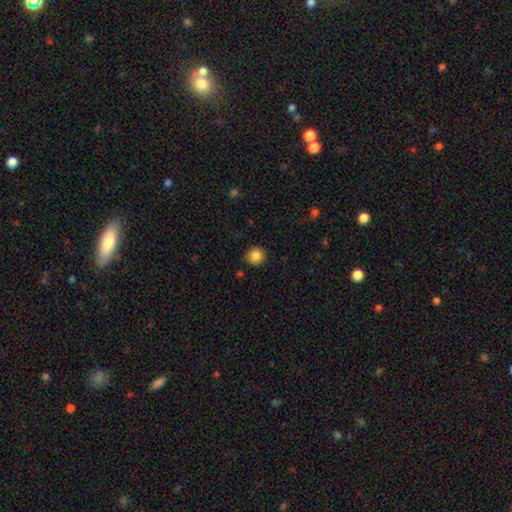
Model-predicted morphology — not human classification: Smooth or featured?
  - smooth: 86% *
  - star or artifact: 10%
  - featured or disk: 4%
How rounded?
  - round: 92% *
  - in between: 7%
  - cigar-shaped: 1%
Merging?
  - none: 86% *
  - minor disturbance: 10%
  - major disturbance: 2%
  - merger: 2%